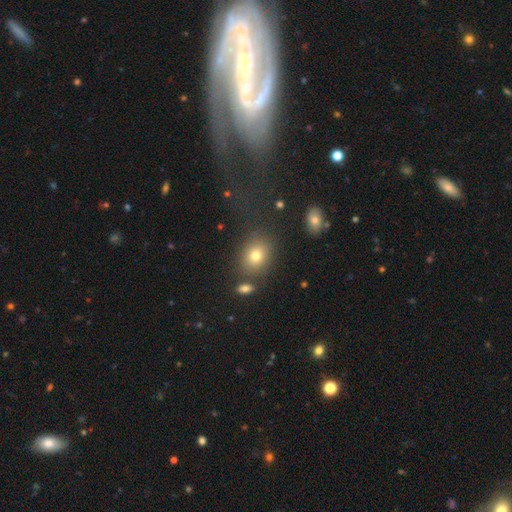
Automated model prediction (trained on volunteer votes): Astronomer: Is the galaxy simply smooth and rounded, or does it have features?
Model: smooth — 76%.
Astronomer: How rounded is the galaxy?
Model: in between — 49%, tied with round at 49%.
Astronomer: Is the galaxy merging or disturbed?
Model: none — 77%.